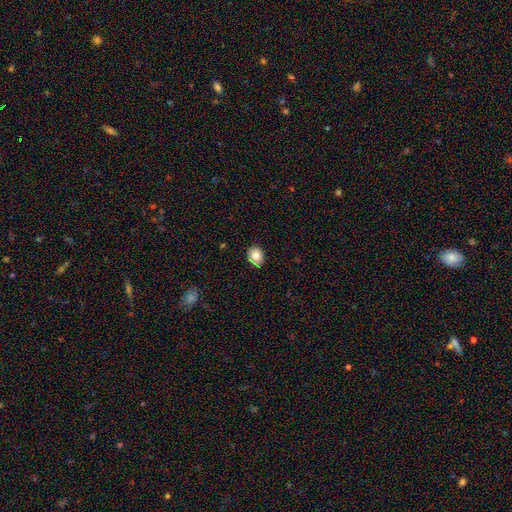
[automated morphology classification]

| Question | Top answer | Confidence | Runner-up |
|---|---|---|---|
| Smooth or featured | smooth | 80% | featured or disk (10%) |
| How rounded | in between | 50% | round (49%) |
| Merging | none | 82% | minor disturbance (13%) |